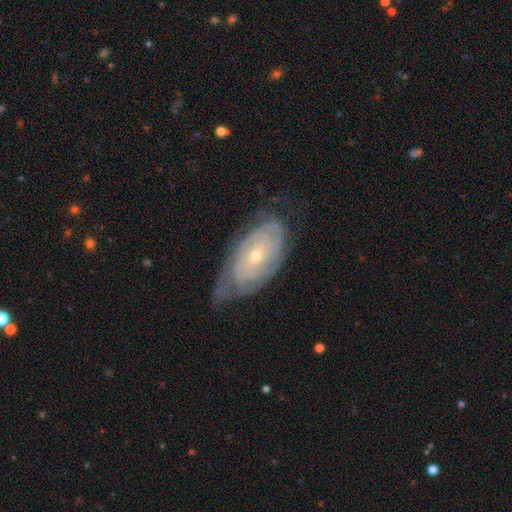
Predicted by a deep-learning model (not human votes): This appears to be a featured or disk galaxy (82%) with no bar (72%), tight (79%) spiral arms (92%) and a small central bulge (66%). Merging: none (60%).